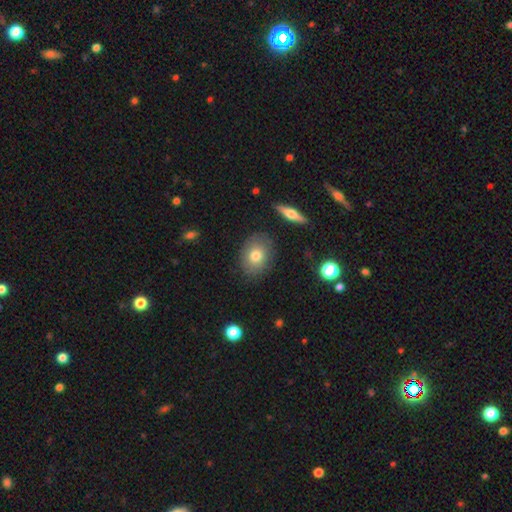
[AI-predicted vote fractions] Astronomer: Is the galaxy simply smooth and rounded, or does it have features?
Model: smooth — 72%.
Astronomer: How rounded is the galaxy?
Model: in between — 56% (runner-up: round, 42%).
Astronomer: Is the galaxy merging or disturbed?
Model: none — 82%.